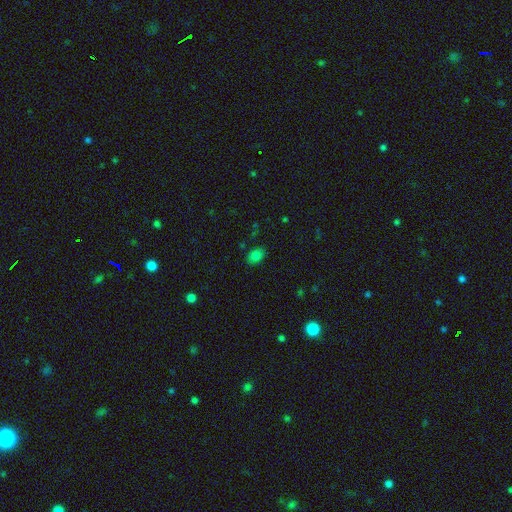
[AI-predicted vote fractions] This is likely a smooth galaxy (80%). How rounded: likely in between (75%). Merging: clearly none (84%).